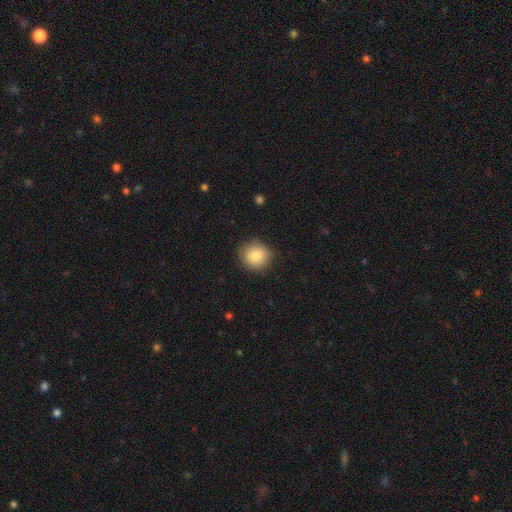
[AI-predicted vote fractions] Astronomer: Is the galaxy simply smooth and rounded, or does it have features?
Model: smooth — 85%.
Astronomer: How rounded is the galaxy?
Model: round — 89%.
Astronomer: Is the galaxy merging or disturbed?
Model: none — 84%.